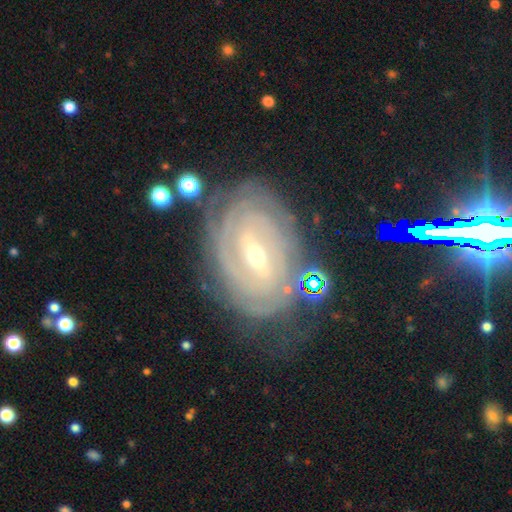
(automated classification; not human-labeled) featured or disk 87%, star or artifact 6%, smooth 6%. Down the decision tree: edge-on disk — no (95%); bar — weak (44%); spiral arms — yes (95%); spiral arm count — can't tell (39%); spiral winding — tight (83%); bulge size — small (52%); merging — none (74%).